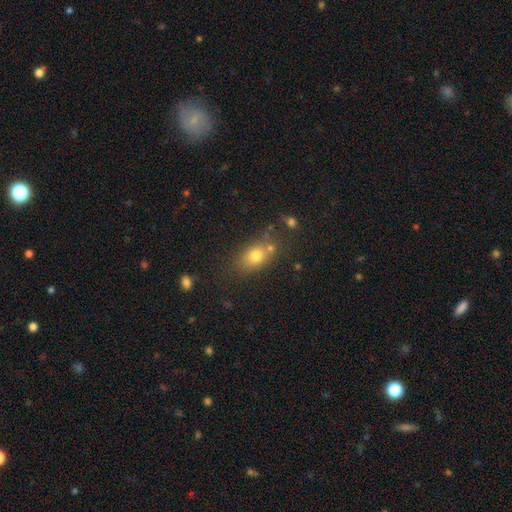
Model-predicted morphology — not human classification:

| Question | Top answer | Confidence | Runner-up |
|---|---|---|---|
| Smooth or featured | smooth | 74% | featured or disk (13%) |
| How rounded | in between | 69% | round (28%) |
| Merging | none | 67% | minor disturbance (15%) |